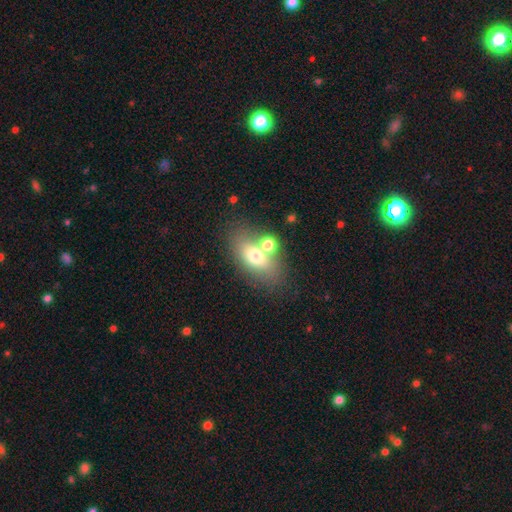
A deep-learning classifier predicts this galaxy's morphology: smooth_or_featured: smooth (p=0.64) [alt: featured or disk p=0.23]
how_rounded: in between (p=0.80) [alt: round p=0.16]
merging: none (p=0.56) [alt: merger p=0.27]